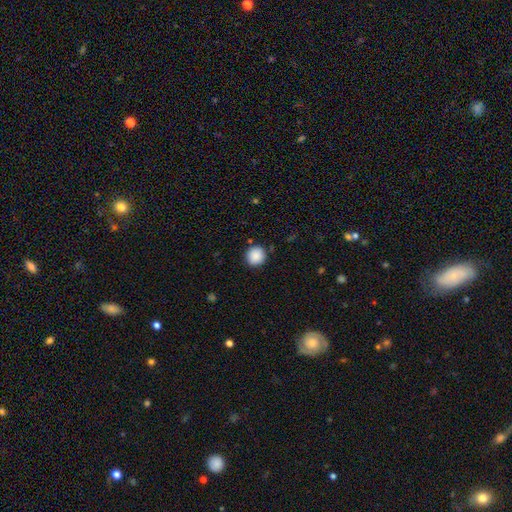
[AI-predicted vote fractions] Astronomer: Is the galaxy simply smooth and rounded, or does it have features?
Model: smooth — 89%.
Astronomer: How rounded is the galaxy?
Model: round — 92%.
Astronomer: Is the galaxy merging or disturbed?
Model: none — 90%.